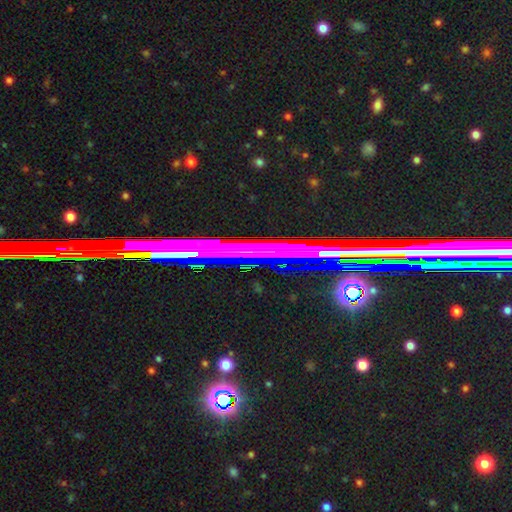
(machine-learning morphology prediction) The model was most divided on "smooth or featured": star or artifact: 58%, featured or disk: 24%, smooth: 18%.